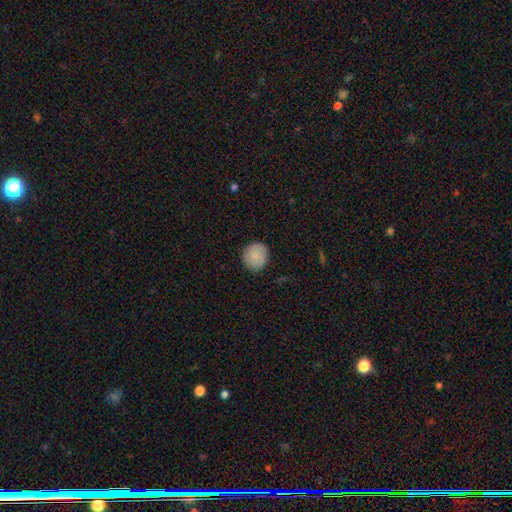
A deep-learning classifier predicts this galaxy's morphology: smooth_or_featured: smooth (p=0.84) [alt: featured or disk p=0.09]
how_rounded: round (p=0.86) [alt: in between p=0.13]
merging: none (p=0.87) [alt: minor disturbance p=0.10]